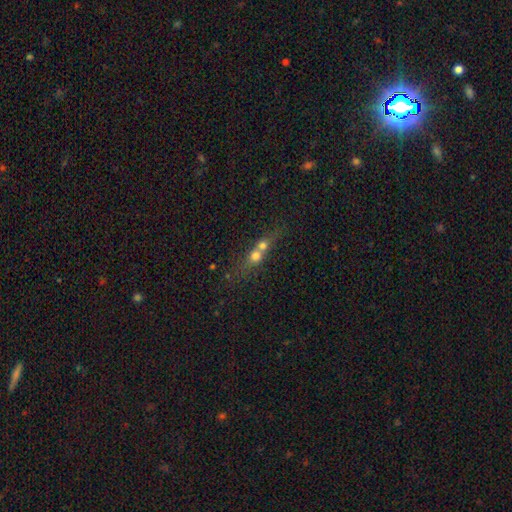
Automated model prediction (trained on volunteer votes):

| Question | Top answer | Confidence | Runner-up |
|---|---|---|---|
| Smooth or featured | smooth | 60% | featured or disk (28%) |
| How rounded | round | 54% | in between (28%) |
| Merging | merger | 70% | none (21%) |